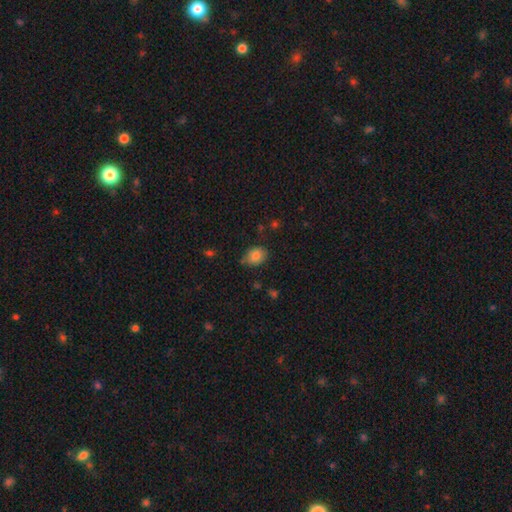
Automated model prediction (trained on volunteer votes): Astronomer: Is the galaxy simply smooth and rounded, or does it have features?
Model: smooth — 82%.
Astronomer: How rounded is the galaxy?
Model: in between — 61% (runner-up: round, 38%).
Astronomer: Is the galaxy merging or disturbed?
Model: none — 71%.